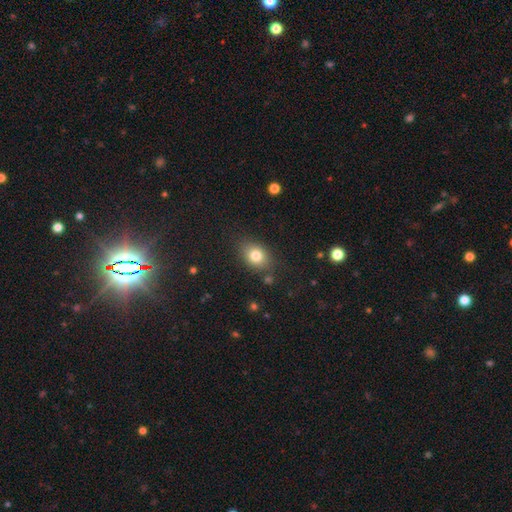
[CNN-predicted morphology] The model was most divided on "how rounded": in between: 61%, round: 37%, cigar-shaped: 1%. More confident: smooth or featured — smooth (80%); merging — none (79%).